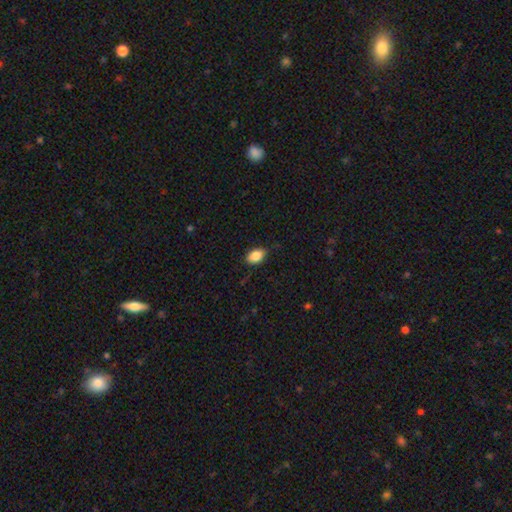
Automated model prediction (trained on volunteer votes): Morphology: type=smooth (87%); roundness=in between (86%); merging=none (81%).